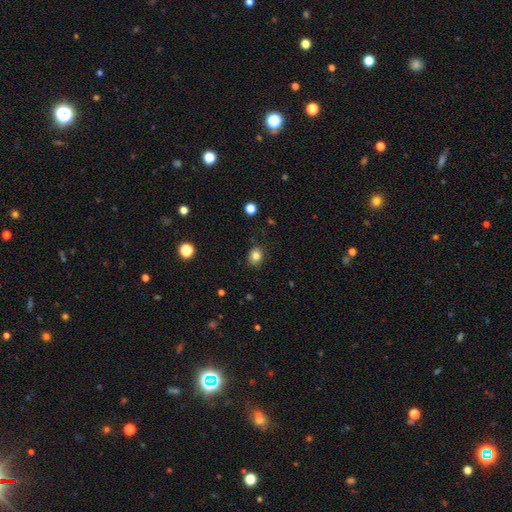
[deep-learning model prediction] Smooth or featured: smooth — 83% (star or artifact — 12%)
How rounded: round — 67% (in between — 32%)
Merging: none — 83% (minor disturbance — 12%)